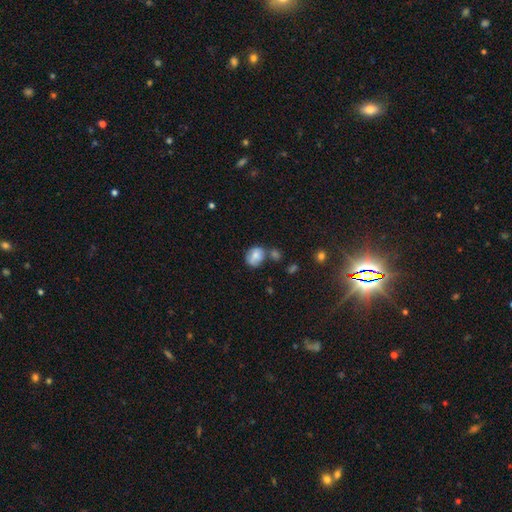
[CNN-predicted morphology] This is likely a smooth galaxy (70%). How rounded: possibly round (54%). Merging: possibly none (45%).